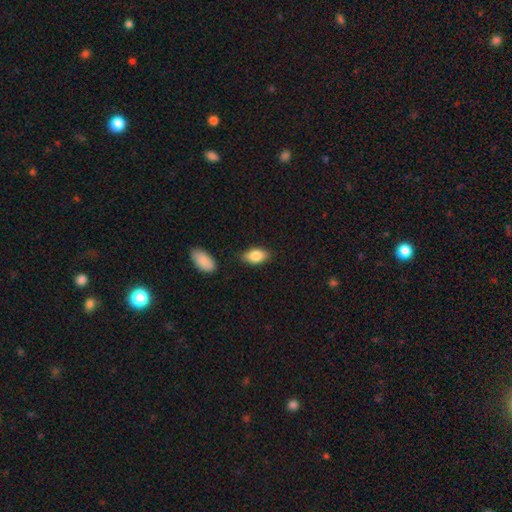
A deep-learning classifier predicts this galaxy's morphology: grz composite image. It shows a smooth galaxy with no disk features (84%) that is in between round and cigar-shaped (91%). Merging: none (80%).